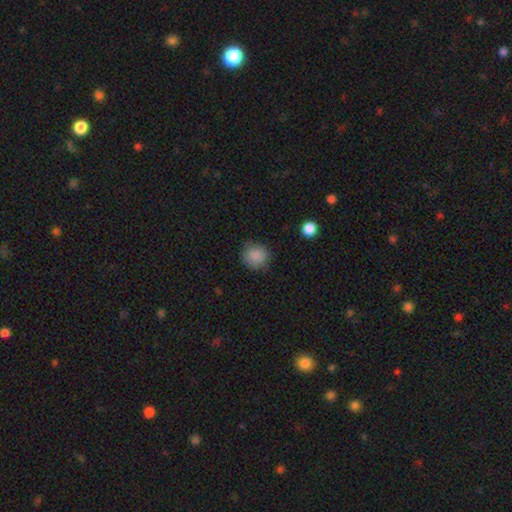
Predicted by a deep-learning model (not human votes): Smooth or featured?
  - smooth: 87% *
  - star or artifact: 9%
  - featured or disk: 4%
How rounded?
  - round: 86% *
  - in between: 13%
  - cigar-shaped: 1%
Merging?
  - none: 82% *
  - minor disturbance: 13%
  - major disturbance: 3%
  - merger: 1%